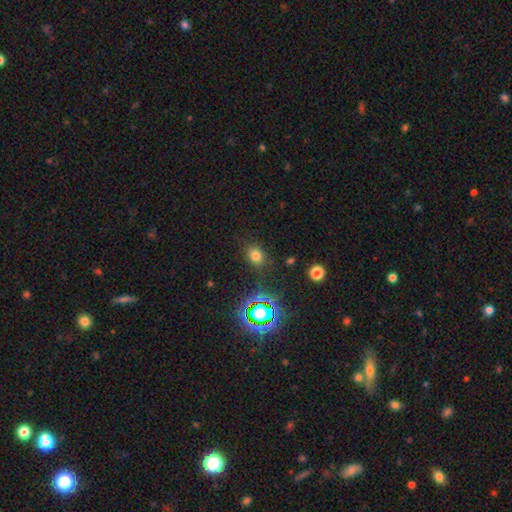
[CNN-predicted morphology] A smooth galaxy with no disk features (70%) that is round (53%).

Vote fractions:
- Smooth or featured? smooth: 70% / star or artifact: 22% / featured or disk: 7%
- How rounded? round: 53% / in between: 45% / cigar-shaped: 1%
- Merging? none: 83% / minor disturbance: 11% / major disturbance: 4% / merger: 2%